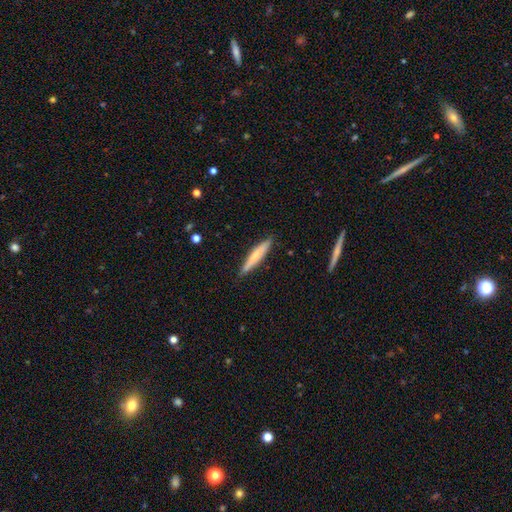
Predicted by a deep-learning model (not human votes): This is likely a smooth galaxy (62%). How rounded: clearly cigar-shaped (90%). Merging: clearly none (88%).